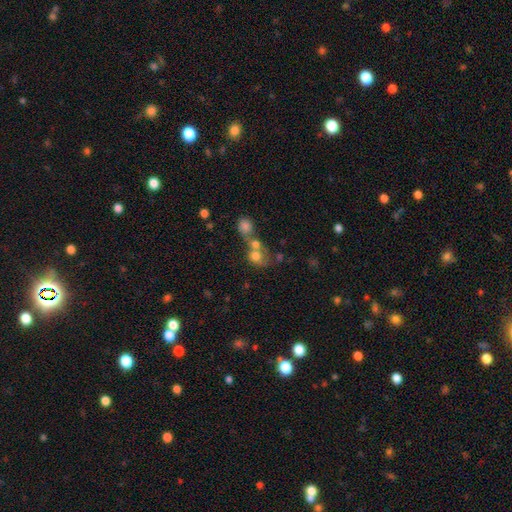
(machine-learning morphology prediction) This appears to be a smooth galaxy with no disk features (70%) that is round (68%). Merging: merger (60%).